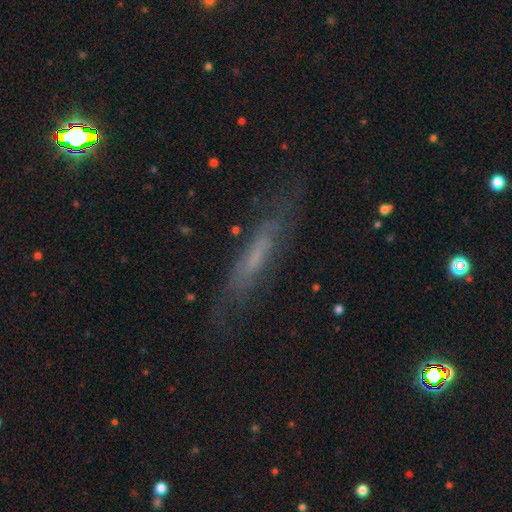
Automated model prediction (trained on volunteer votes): This appears to be a featured or disk galaxy (55%) viewed edge-on (56%). Merging: none (72%).